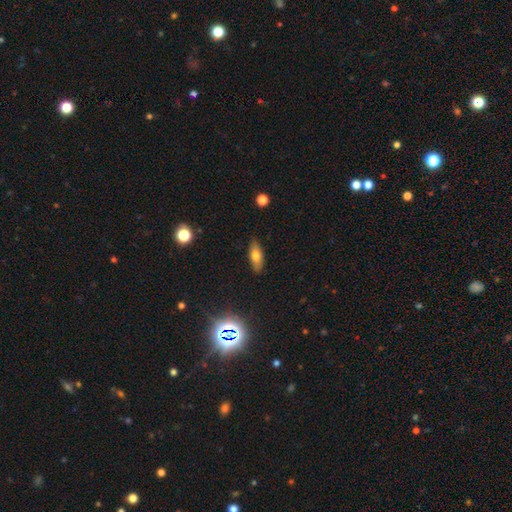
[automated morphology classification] smooth_or_featured: smooth (p=0.67) [alt: featured or disk p=0.23]
how_rounded: in between (p=0.75) [alt: cigar-shaped p=0.21]
merging: none (p=0.86) [alt: minor disturbance p=0.11]